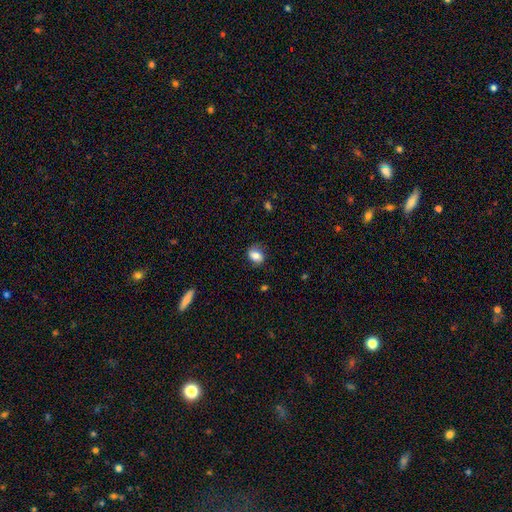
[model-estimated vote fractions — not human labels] Smooth or featured? Predicted: smooth (p=0.80). How rounded? Predicted: in between (p=0.67). Merging? Predicted: none (p=0.80).